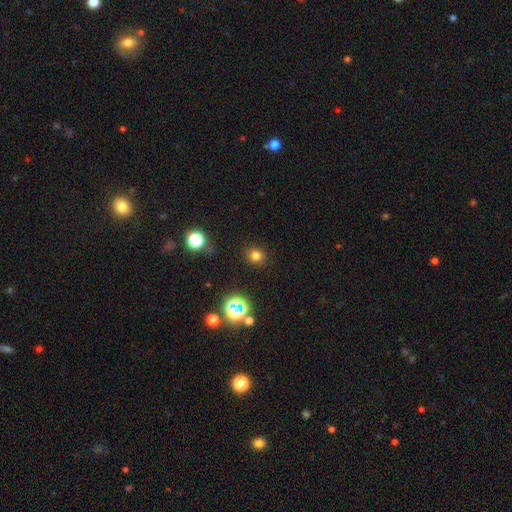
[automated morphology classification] Smooth or featured? smooth (75%)
How rounded? round (85%)
Merging? none (89%)